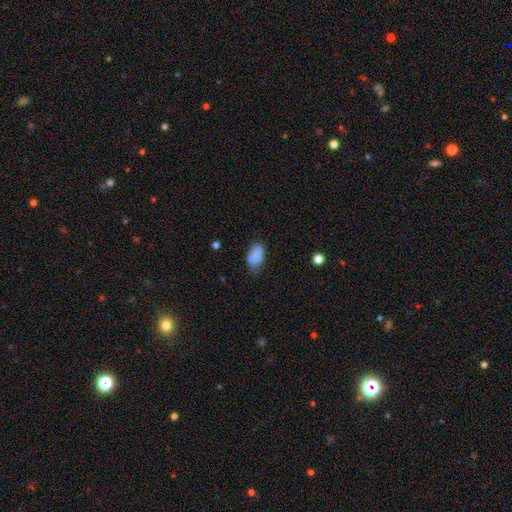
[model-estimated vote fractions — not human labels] Smooth or featured?
  - smooth: 83% *
  - star or artifact: 9%
  - featured or disk: 8%
How rounded?
  - in between: 92% *
  - round: 6%
  - cigar-shaped: 2%
Merging?
  - none: 58% *
  - minor disturbance: 31%
  - major disturbance: 9%
  - merger: 3%